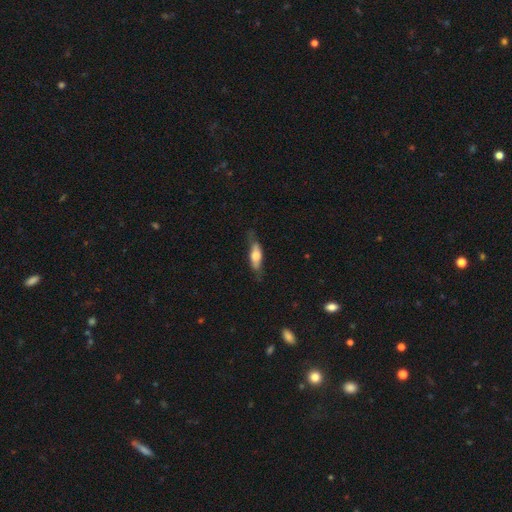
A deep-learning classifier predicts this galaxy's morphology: A smooth galaxy with no disk features (64%) that is in between round and cigar-shaped (51%). Merging: none (65%).